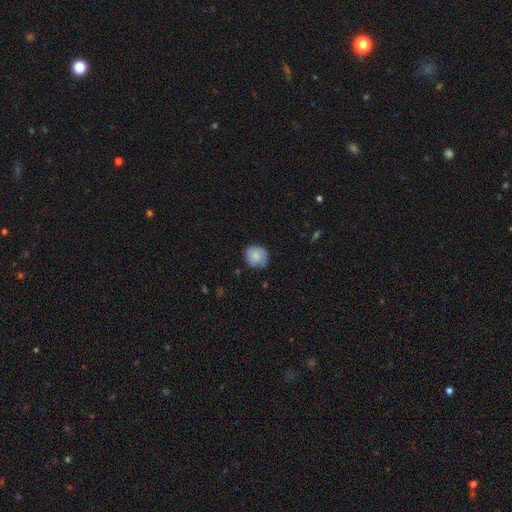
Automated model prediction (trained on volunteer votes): Smooth or featured? smooth (75%)
How rounded? round (81%)
Merging? none (70%)